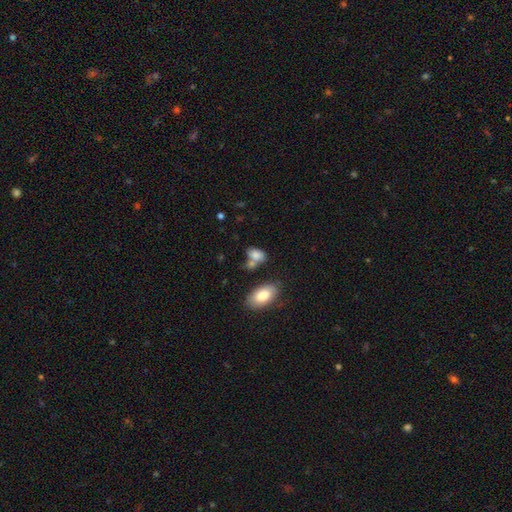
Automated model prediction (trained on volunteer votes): Smooth or featured? smooth (80%)
How rounded? in between (86%)
Merging? none (43%)